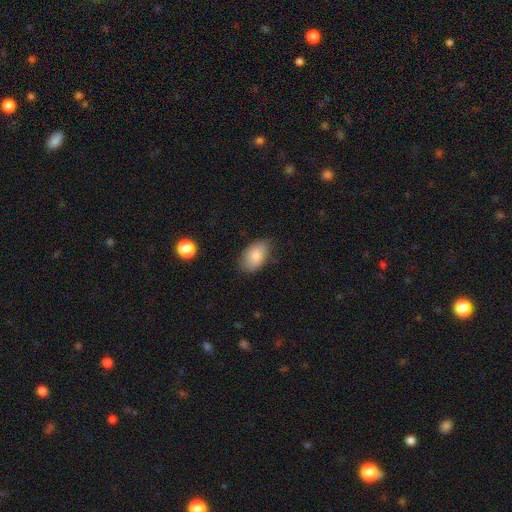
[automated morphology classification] Smooth or featured: smooth — 84% (featured or disk — 9%)
How rounded: in between — 92% (round — 7%)
Merging: none — 76% (minor disturbance — 18%)